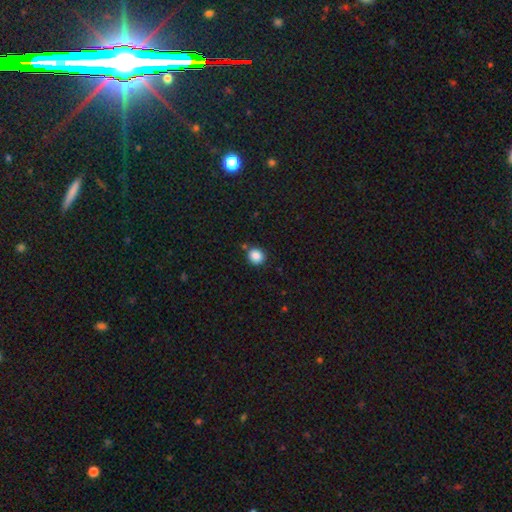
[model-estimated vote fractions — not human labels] smooth-or-featured: smooth: 86% | star or artifact: 10% | featured or disk: 3%
  how-rounded: round: 85% | in between: 14% | cigar-shaped: 1%
  merging: none: 78% | minor disturbance: 11% | merger: 7% | major disturbance: 3%